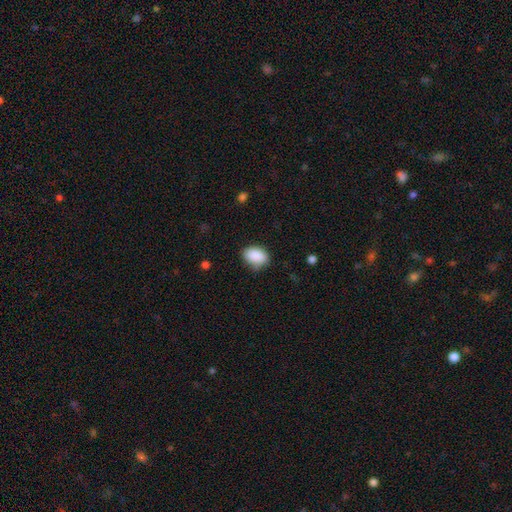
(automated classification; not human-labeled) smooth-or-featured: smooth: 89% | star or artifact: 7% | featured or disk: 3%
  how-rounded: in between: 81% | round: 18% | cigar-shaped: 1%
  merging: none: 77% | minor disturbance: 18% | major disturbance: 4% | merger: 1%